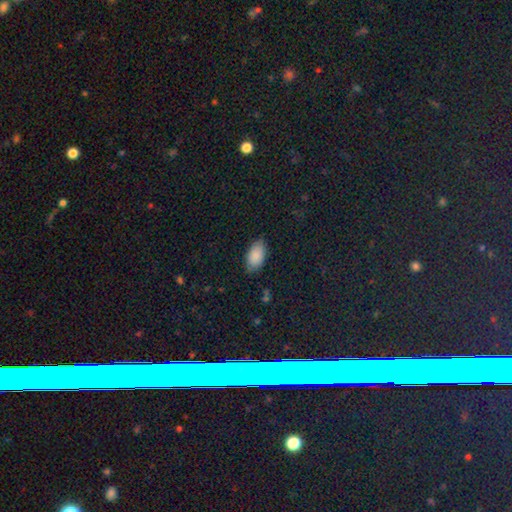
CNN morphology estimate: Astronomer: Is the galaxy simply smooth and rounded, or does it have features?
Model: smooth — 87%.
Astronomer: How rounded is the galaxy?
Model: in between — 94%.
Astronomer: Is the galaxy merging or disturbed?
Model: none — 81%.